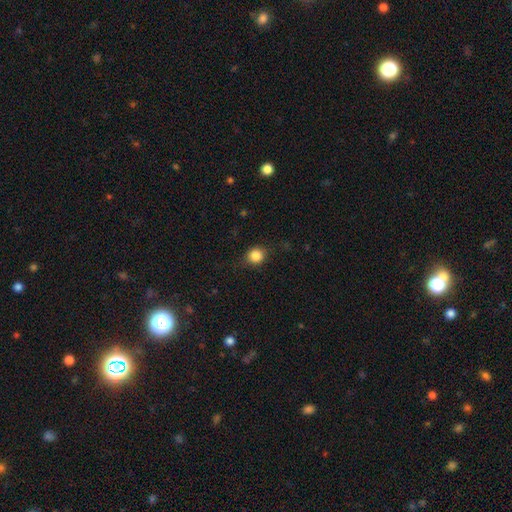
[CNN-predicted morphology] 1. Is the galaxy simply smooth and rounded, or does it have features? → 85% smooth, 10% star or artifact, 5% featured or disk.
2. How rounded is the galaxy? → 80% round, 19% in between, 1% cigar-shaped.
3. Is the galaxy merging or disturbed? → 81% none, 14% minor disturbance, 4% major disturbance, 1% merger.